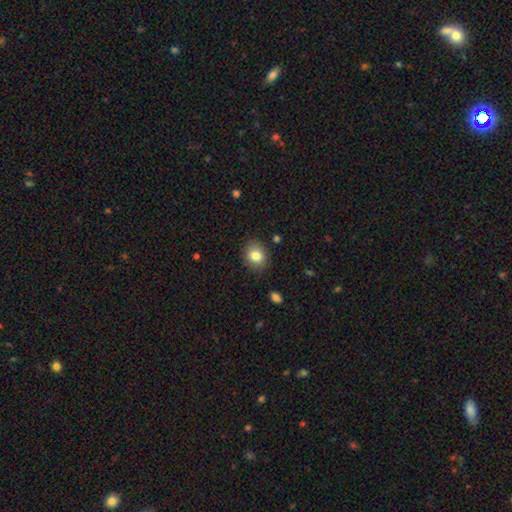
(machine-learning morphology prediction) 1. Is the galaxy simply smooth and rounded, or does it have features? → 82% smooth, 9% star or artifact, 8% featured or disk.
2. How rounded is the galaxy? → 61% round, 38% in between, 1% cigar-shaped.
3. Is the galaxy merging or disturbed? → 86% none, 10% minor disturbance, 3% major disturbance, 1% merger.